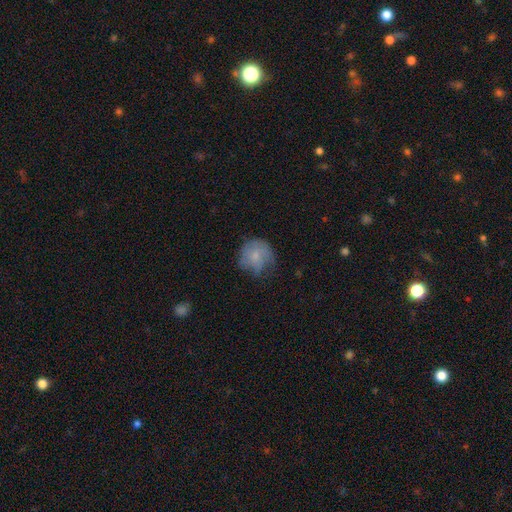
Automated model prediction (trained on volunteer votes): smooth-or-featured: smooth: 61% | featured or disk: 30% | star or artifact: 8%
  how-rounded: round: 84% | in between: 15% | cigar-shaped: 1%
  merging: none: 52% | minor disturbance: 30% | major disturbance: 16% | merger: 2%